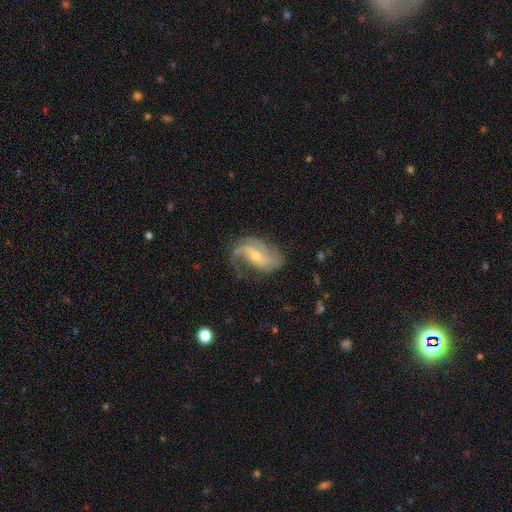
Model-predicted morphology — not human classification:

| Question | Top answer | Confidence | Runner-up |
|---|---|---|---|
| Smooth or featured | featured or disk | 86% | smooth (8%) |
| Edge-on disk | no | 97% | yes (3%) |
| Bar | weak | 41% | no (38%) |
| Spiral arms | yes | 96% | no (4%) |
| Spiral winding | medium | 43% | loose (38%) |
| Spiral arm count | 2 | 48% | 3 (23%) |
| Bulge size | small | 59% | moderate (37%) |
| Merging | none | 59% | minor disturbance (23%) |